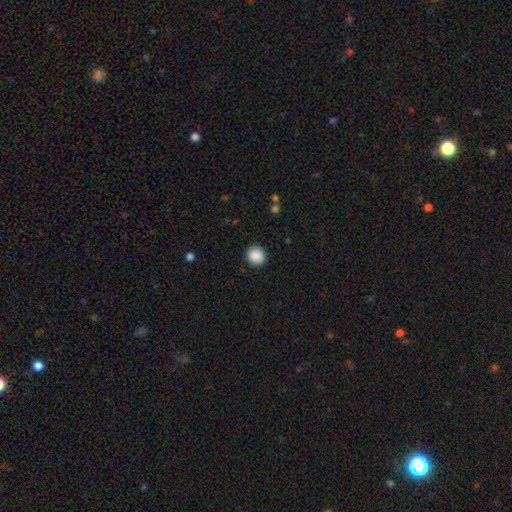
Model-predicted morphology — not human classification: The model was most divided on "how rounded": round: 87%, in between: 12%, cigar-shaped: 1%. More confident: merging — none (91%); smooth or featured — smooth (89%).